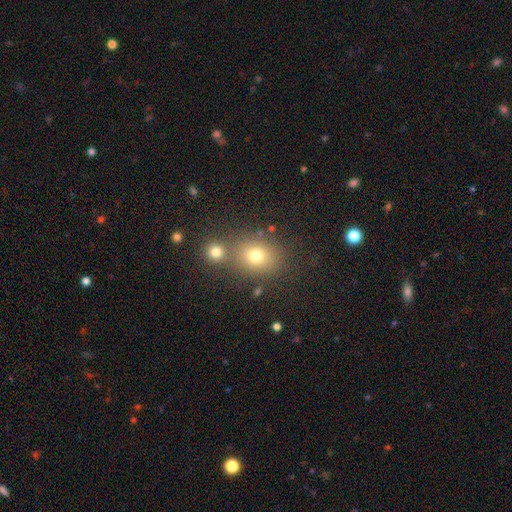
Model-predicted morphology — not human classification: type=smooth (72%); roundness=round (58%); merging=none (65%).